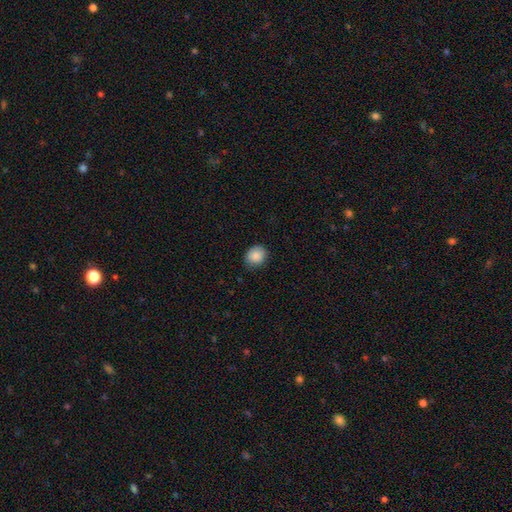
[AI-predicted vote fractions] This appears to be a smooth galaxy with no disk features (88%) that is round (70%). Merging: none (81%).